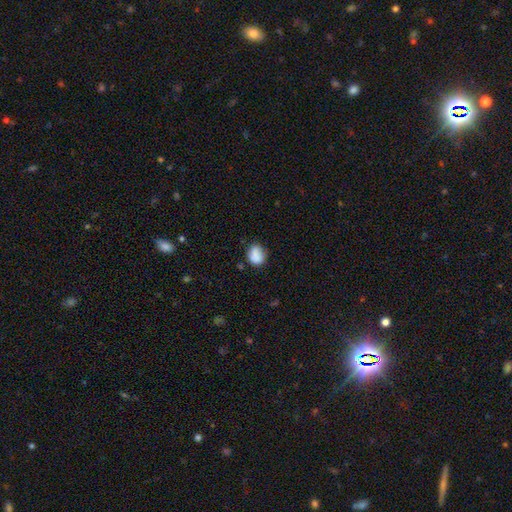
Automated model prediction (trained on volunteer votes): The model was most divided on "how rounded": round: 55%, in between: 44%, cigar-shaped: 1%. More confident: smooth or featured — smooth (82%); merging — none (63%).